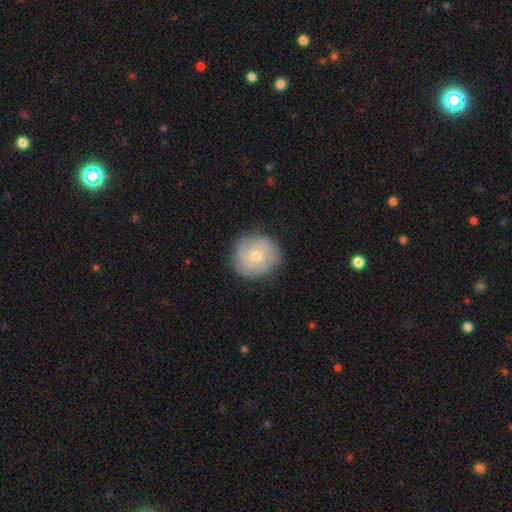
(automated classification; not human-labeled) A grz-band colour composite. It shows a featured or disk galaxy (67%) with no bar (69%), tight (73%) spiral arms (91%) and a small central bulge (56%). Merging: none (84%).